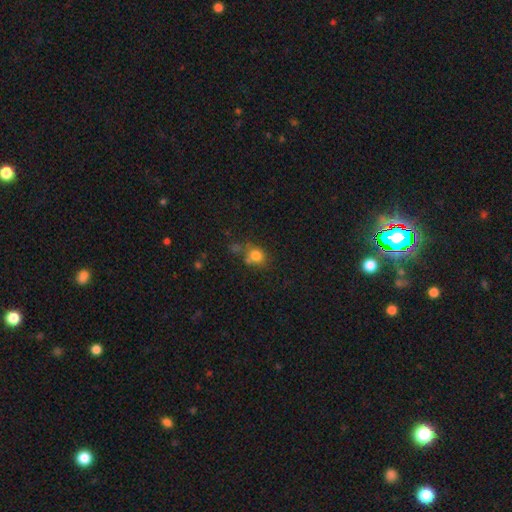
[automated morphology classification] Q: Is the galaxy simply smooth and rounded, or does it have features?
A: smooth — 79%.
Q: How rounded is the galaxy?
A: round — 74%.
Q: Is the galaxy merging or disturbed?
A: none — 53%.